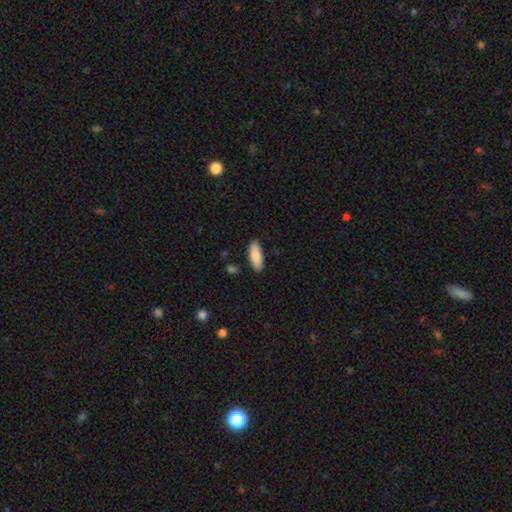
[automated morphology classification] The model was most divided on "how rounded": in between: 74%, cigar-shaped: 25%, round: 2%. More confident: merging — none (87%); smooth or featured — smooth (87%).